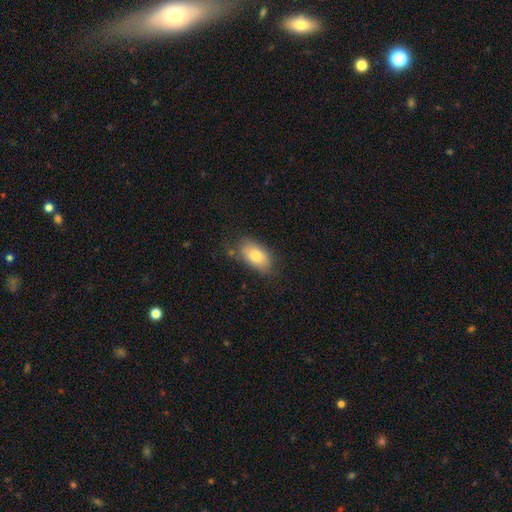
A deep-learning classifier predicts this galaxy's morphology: A smooth galaxy with no disk features (81%) that is in between round and cigar-shaped (92%). Merging: none (73%).